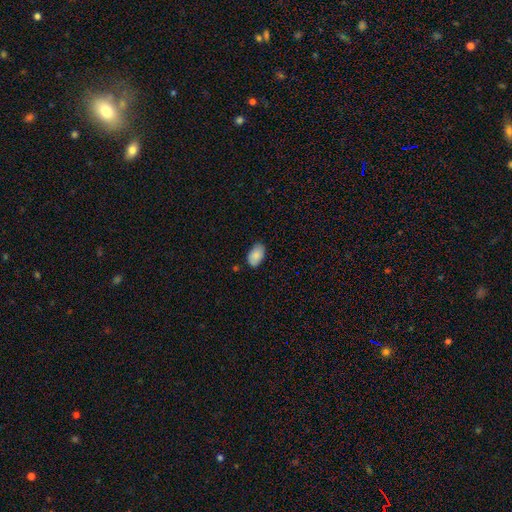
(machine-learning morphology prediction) Smooth or featured? smooth (85%)
How rounded? in between (94%)
Merging? none (81%)